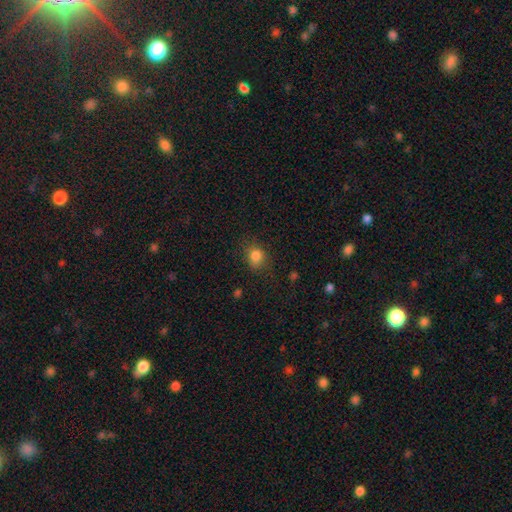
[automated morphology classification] This appears to be a smooth galaxy with no disk features (83%) that is round (56%). Merging: none (73%).